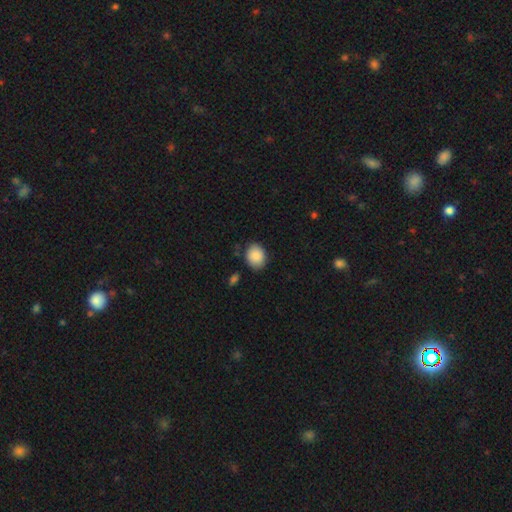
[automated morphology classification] Smooth or featured? smooth (88%)
How rounded? round (50%)
Merging? none (81%)